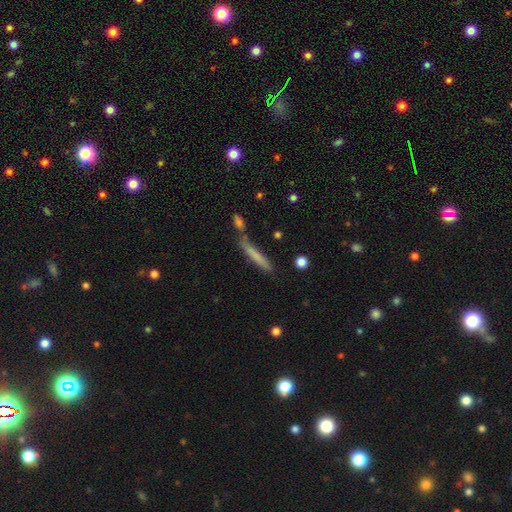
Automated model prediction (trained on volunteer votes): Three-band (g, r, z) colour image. It shows a smooth galaxy with no disk features (69%) that is cigar-shaped (93%). Merging: none (66%).